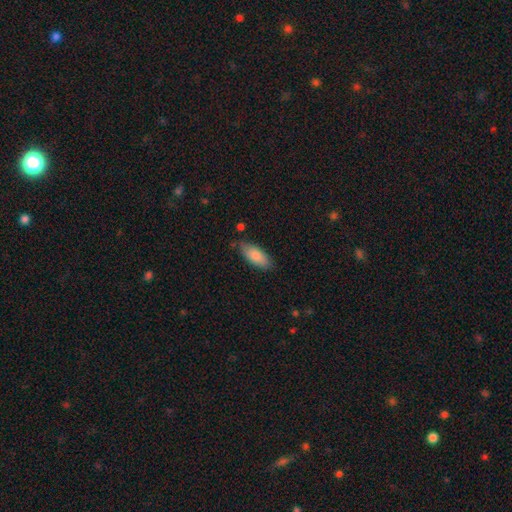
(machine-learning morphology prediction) smooth_or_featured: smooth (p=0.85) [alt: featured or disk p=0.09]
how_rounded: in between (p=0.83) [alt: cigar-shaped p=0.15]
merging: none (p=0.75) [alt: minor disturbance p=0.19]